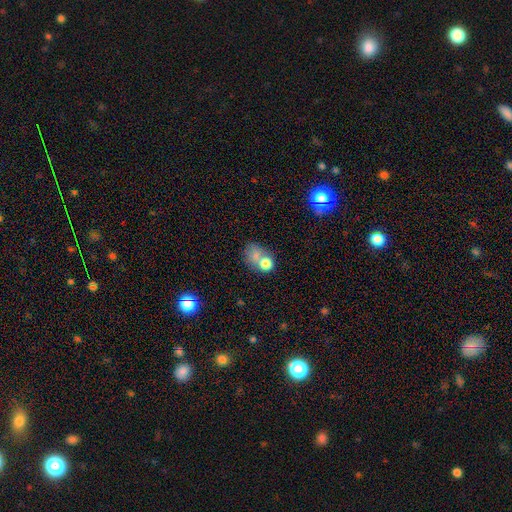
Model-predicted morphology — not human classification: Smooth or featured? Predicted: smooth (p=0.70). How rounded? Predicted: round (p=0.55). Merging? Predicted: merger (p=0.39).